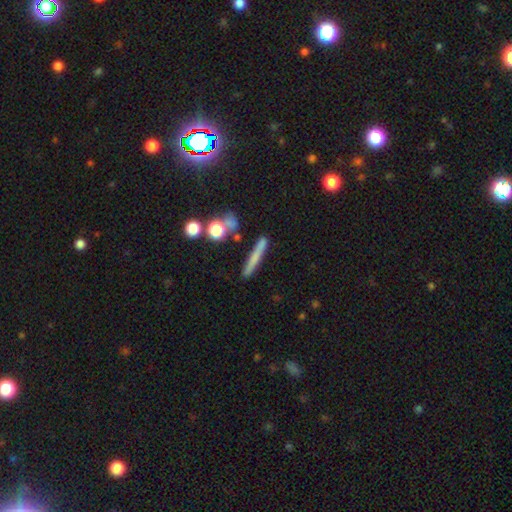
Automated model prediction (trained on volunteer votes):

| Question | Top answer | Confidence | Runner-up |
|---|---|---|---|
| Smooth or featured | smooth | 61% | featured or disk (29%) |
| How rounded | cigar-shaped | 89% | round (6%) |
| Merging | none | 83% | minor disturbance (9%) |